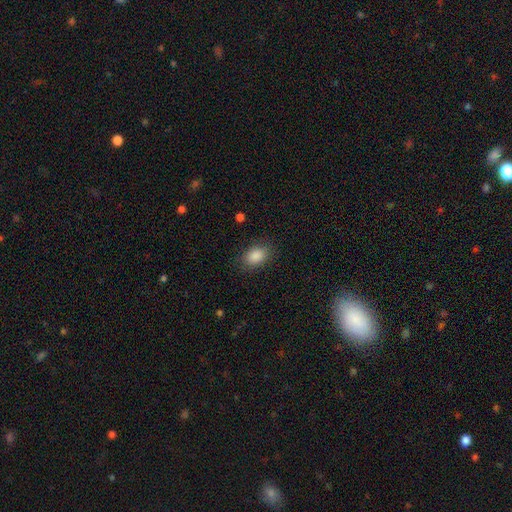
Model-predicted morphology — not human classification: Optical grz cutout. It shows a smooth galaxy with no disk features (88%) that is in between round and cigar-shaped (80%). Merging: none (84%).